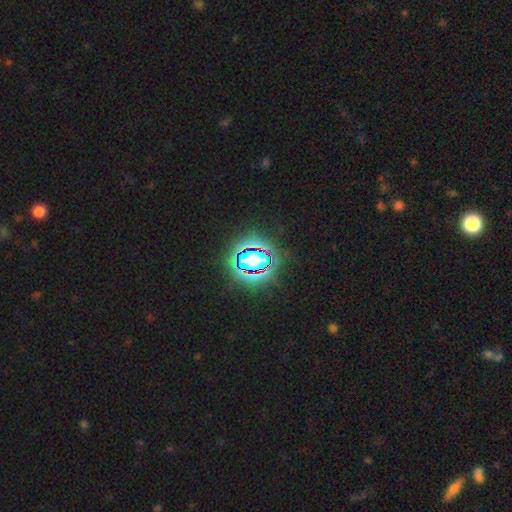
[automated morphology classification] star or artifact 69%, smooth 19%, featured or disk 12%.